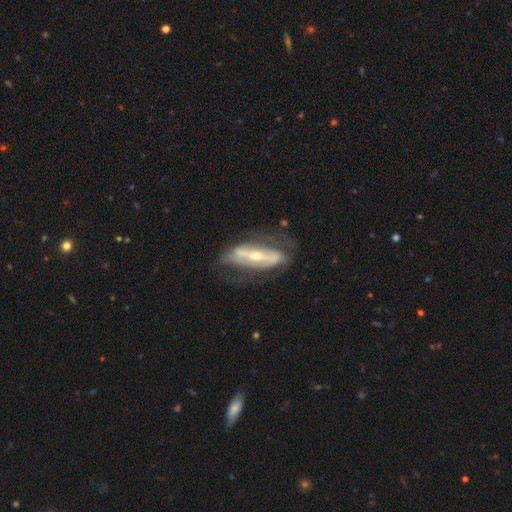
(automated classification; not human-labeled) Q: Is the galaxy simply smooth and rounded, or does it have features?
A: featured or disk — 77%.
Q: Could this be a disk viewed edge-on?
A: no — 72%.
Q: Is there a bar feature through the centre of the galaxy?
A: strong — 66%.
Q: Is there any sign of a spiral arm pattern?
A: yes — 58%.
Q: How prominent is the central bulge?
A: small — 55%.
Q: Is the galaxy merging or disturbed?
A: none — 61%.